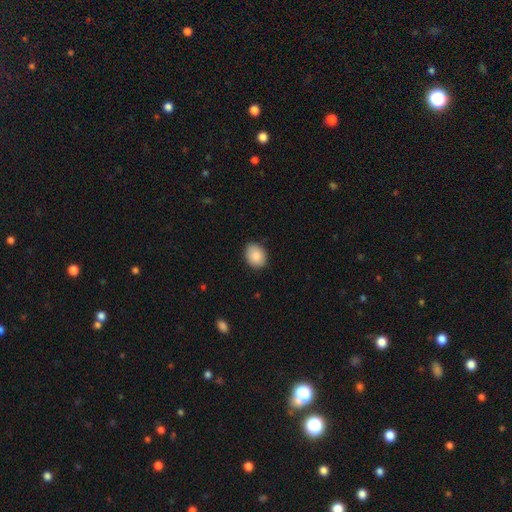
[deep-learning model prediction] Smooth or featured?
  - smooth: 88% *
  - star or artifact: 7%
  - featured or disk: 5%
How rounded?
  - in between: 60% *
  - round: 39%
  - cigar-shaped: 1%
Merging?
  - none: 87% *
  - minor disturbance: 10%
  - major disturbance: 2%
  - merger: 1%